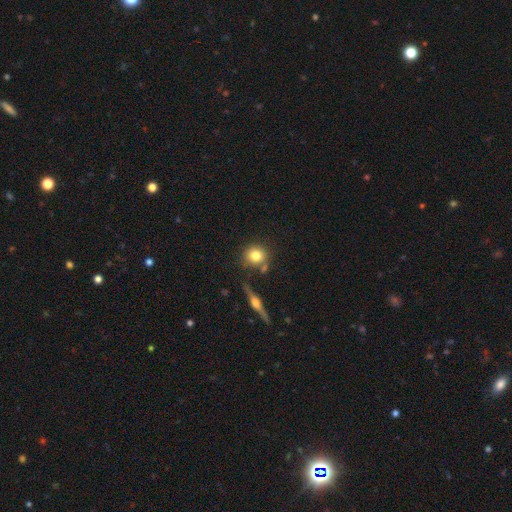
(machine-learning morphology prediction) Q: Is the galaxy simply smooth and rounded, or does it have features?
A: smooth — 76%.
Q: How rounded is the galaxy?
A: round — 85%.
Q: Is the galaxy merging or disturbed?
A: none — 74%.